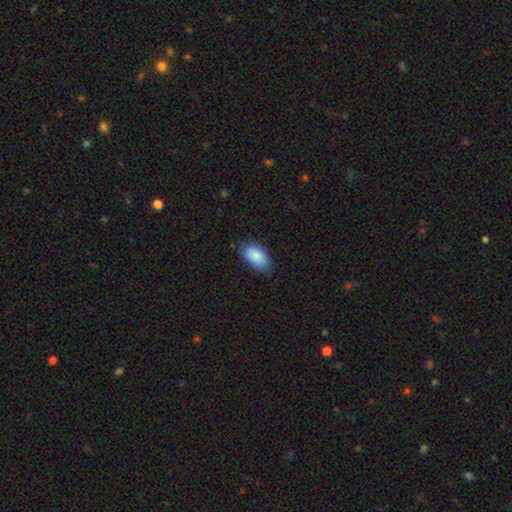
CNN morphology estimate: Smooth or featured?
  - smooth: 87% *
  - featured or disk: 6%
  - star or artifact: 6%
How rounded?
  - in between: 94% *
  - round: 4%
  - cigar-shaped: 2%
Merging?
  - none: 75% *
  - minor disturbance: 20%
  - major disturbance: 4%
  - merger: 1%